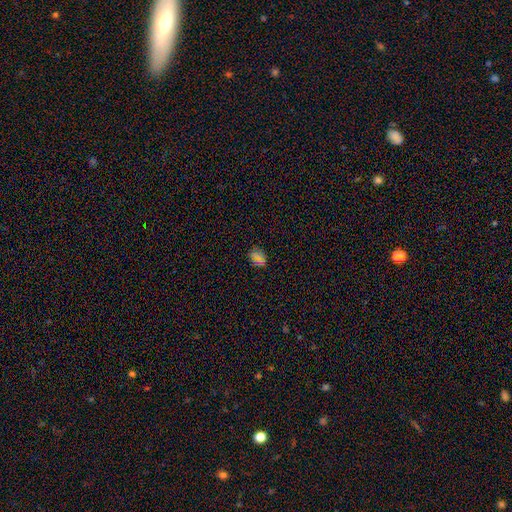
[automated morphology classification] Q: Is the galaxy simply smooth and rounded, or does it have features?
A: smooth — 67%.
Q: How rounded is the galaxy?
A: in between — 77%.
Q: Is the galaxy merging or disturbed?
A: none — 81%.